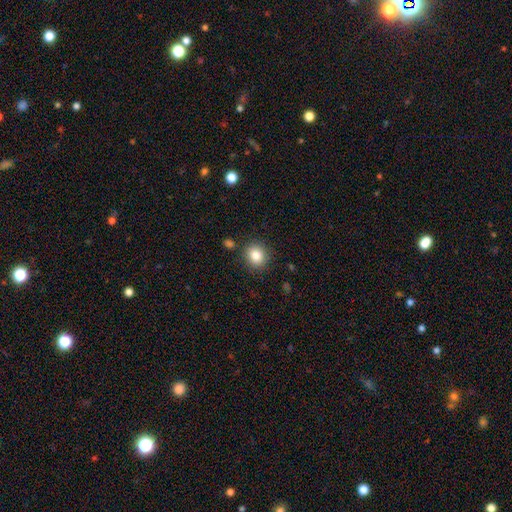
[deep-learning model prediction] This appears to be a smooth galaxy with no disk features (83%) that is round (81%). Merging: none (86%).